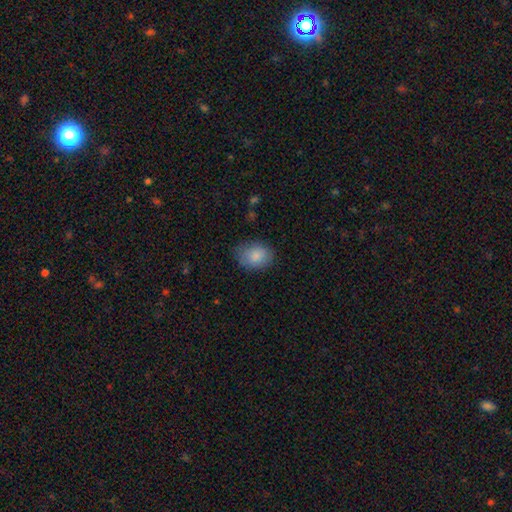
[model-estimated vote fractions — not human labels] smooth_or_featured: smooth (p=0.86) [alt: star or artifact p=0.07]
how_rounded: in between (p=0.65) [alt: round p=0.34]
merging: none (p=0.74) [alt: minor disturbance p=0.20]